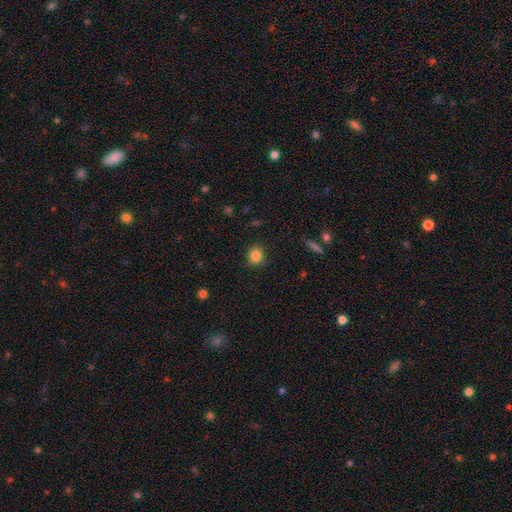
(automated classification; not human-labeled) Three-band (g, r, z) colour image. It shows a smooth galaxy with no disk features (84%) that is round (70%). Merging: none (88%).